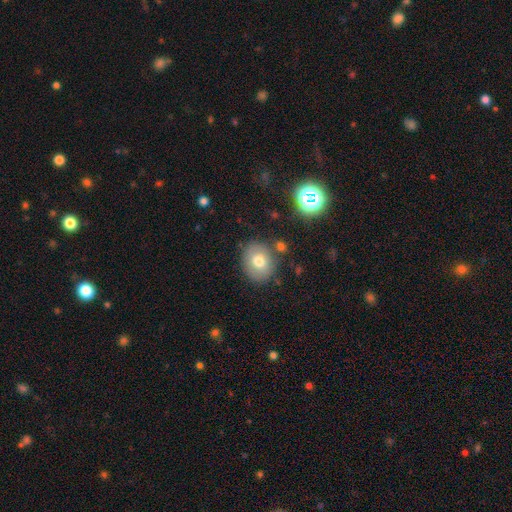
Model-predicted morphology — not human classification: Smooth or featured: smooth — 48% (star or artifact — 31%)
Merging: none — 84% (minor disturbance — 9%)